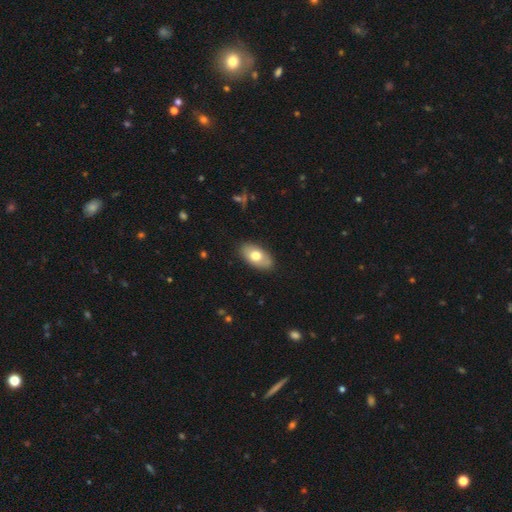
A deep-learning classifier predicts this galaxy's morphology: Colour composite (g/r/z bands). It shows a smooth galaxy with no disk features (71%) that is in between round and cigar-shaped (93%). Merging: none (85%).